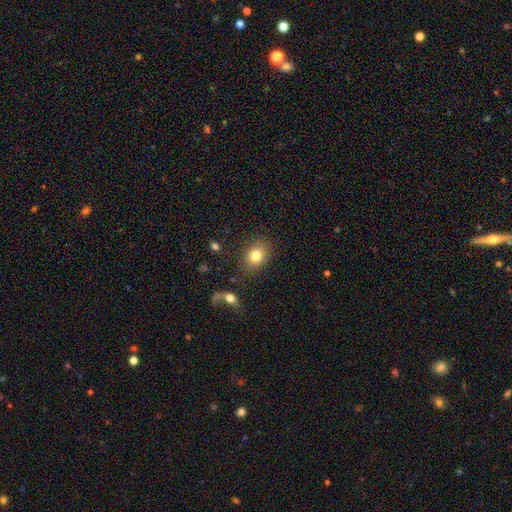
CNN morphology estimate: A smooth galaxy with no disk features (80%) that is in between round and cigar-shaped (61%).

Vote fractions:
- Smooth or featured? smooth: 80% / featured or disk: 10% / star or artifact: 9%
- How rounded? in between: 61% / round: 38% / cigar-shaped: 1%
- Merging? none: 82% / minor disturbance: 10% / major disturbance: 4% / merger: 4%